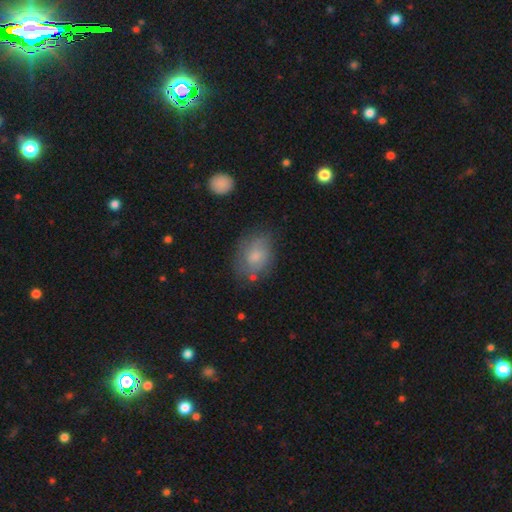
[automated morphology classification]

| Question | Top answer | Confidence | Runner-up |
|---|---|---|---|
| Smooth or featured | smooth | 65% | featured or disk (27%) |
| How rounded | in between | 69% | round (29%) |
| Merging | none | 63% | minor disturbance (24%) |